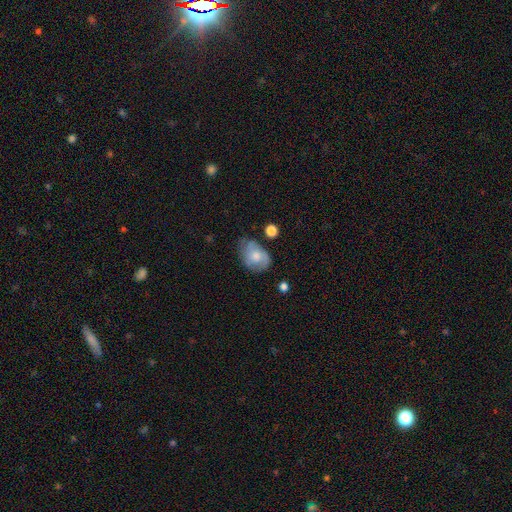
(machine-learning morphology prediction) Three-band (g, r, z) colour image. It shows a smooth galaxy with no disk features (57%) that is in between round and cigar-shaped (72%). Merging: none (49%).